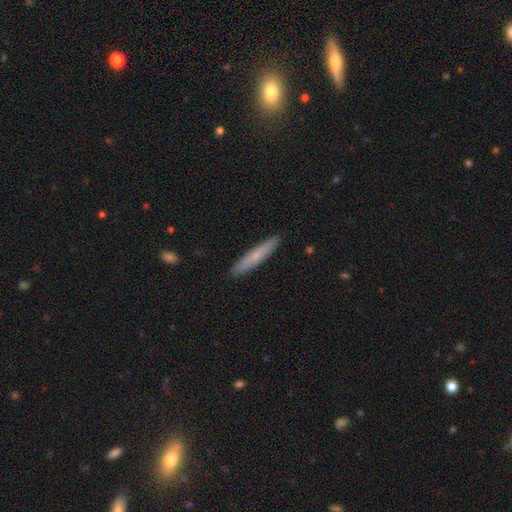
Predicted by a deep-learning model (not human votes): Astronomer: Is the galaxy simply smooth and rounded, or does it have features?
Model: smooth — 62%.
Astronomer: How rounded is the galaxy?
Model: cigar-shaped — 93%.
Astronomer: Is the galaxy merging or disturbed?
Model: none — 90%.